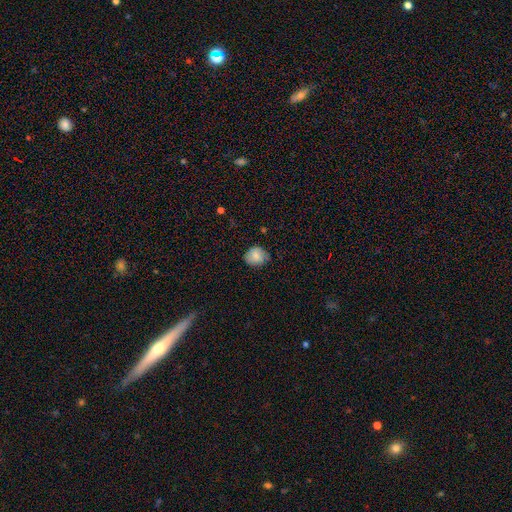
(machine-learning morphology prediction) Overall: smooth (82%). How rounded: round (69%; in between 30%). Merging: none (72%).